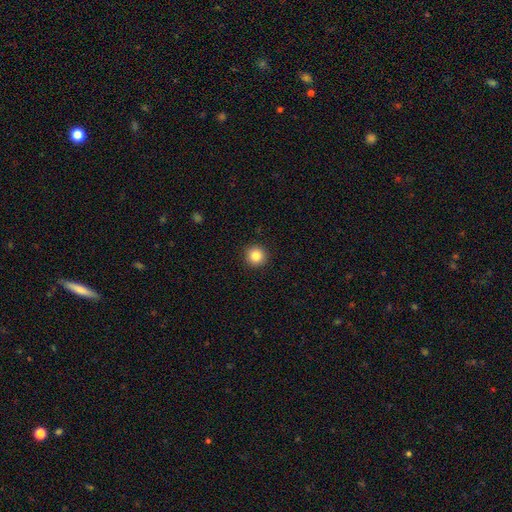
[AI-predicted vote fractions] smooth-or-featured: smooth: 84% | star or artifact: 10% | featured or disk: 5%
  how-rounded: round: 95% | in between: 4% | cigar-shaped: 1%
  merging: none: 93% | minor disturbance: 5% | major disturbance: 2% | merger: 1%